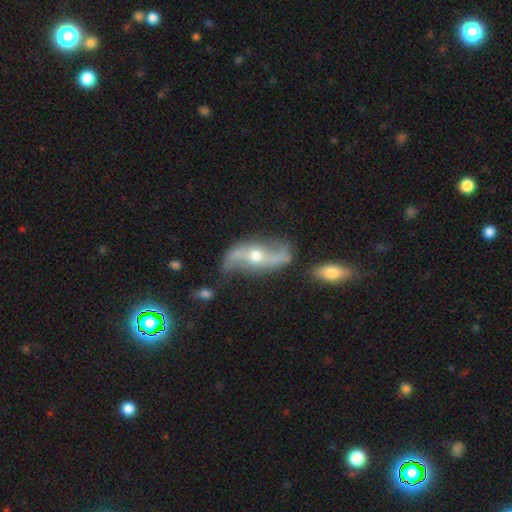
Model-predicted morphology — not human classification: Smooth or featured? Predicted: featured or disk (p=0.85). Edge-on disk? Predicted: no (p=0.91). Bar? Predicted: no (p=0.57). Spiral arms? Predicted: yes (p=0.94). Spiral winding? Predicted: loose (p=0.79). Spiral arm count? Predicted: 2 (p=0.92). Bulge size? Predicted: moderate (p=0.63). Merging? Predicted: none (p=0.65).